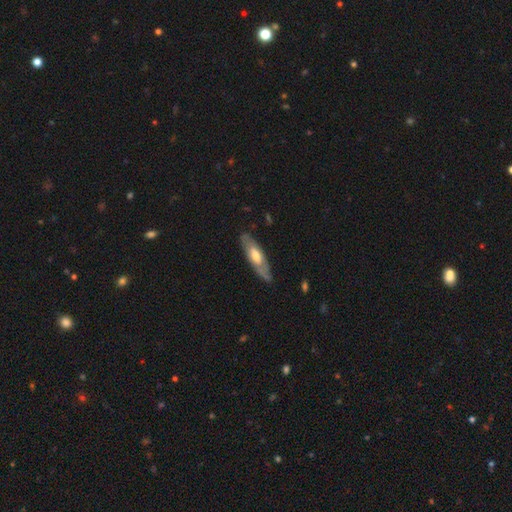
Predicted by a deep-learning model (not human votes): Morphology: type=featured or disk (59%); edge-on=no (61%); merging=none (78%).